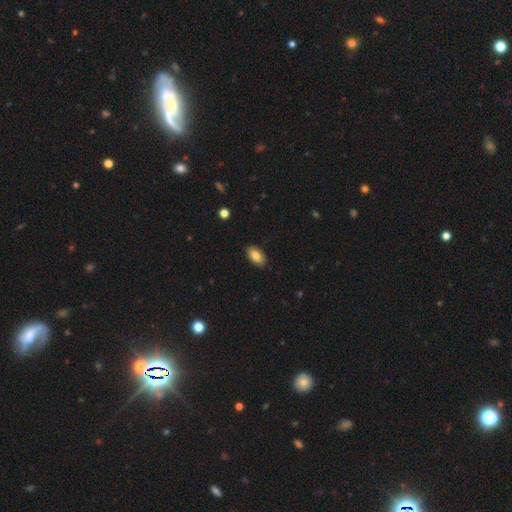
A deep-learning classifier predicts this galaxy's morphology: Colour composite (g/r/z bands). It shows a smooth galaxy with no disk features (84%) that is in between round and cigar-shaped (93%). Merging: none (87%).